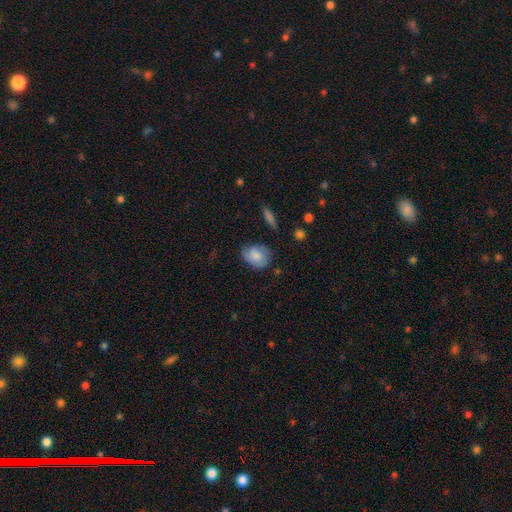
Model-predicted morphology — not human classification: smooth_or_featured: smooth (p=0.79) [alt: featured or disk p=0.15]
how_rounded: in between (p=0.60) [alt: round p=0.39]
merging: none (p=0.65) [alt: minor disturbance p=0.26]